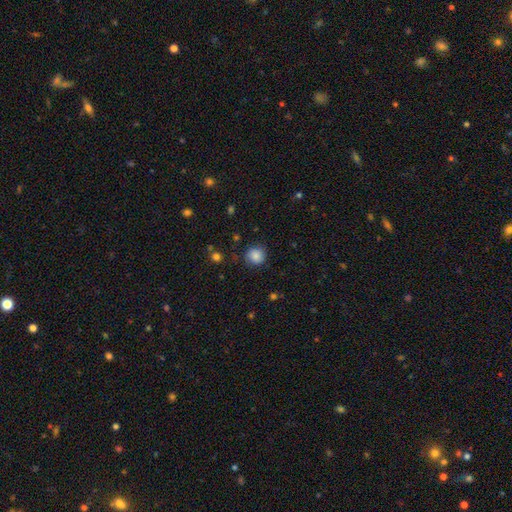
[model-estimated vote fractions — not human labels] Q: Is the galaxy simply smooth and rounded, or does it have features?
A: smooth — 83%.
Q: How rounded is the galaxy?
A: round — 88%.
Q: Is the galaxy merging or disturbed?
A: none — 80%.